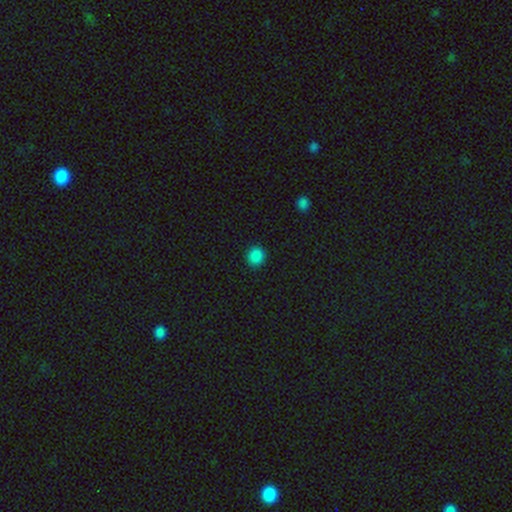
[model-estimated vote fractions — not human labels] The model was most divided on "how rounded": round: 82%, in between: 17%, cigar-shaped: 1%. More confident: merging — none (91%); smooth or featured — smooth (86%).